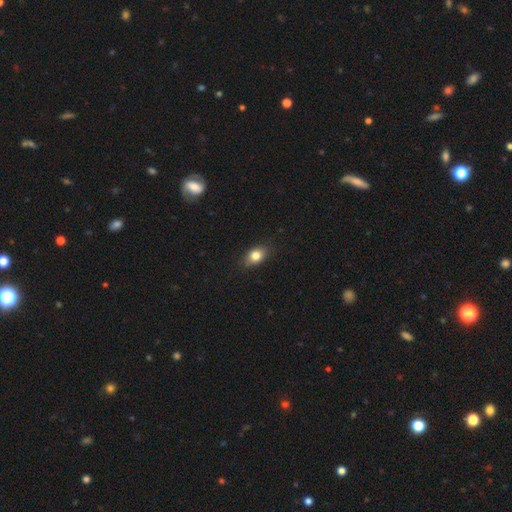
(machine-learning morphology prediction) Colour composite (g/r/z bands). It shows a smooth galaxy with no disk features (81%) that is in between round and cigar-shaped (73%). Merging: none (83%).